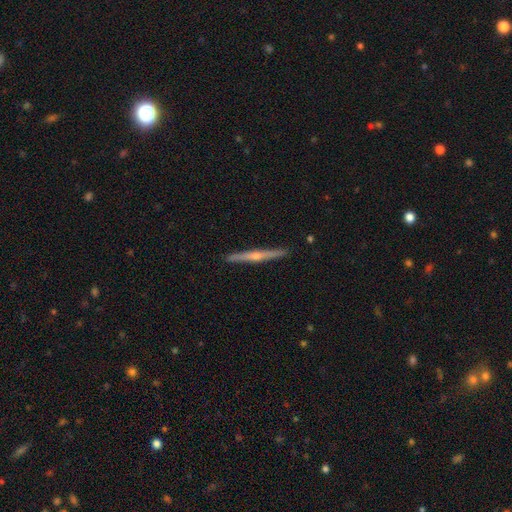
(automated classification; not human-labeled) smooth_or_featured: featured or disk (p=0.73) [alt: smooth p=0.21]
disk_edge_on: yes (p=0.98) [alt: no p=0.02]
edge_on_bulge: rounded (p=0.84) [alt: none p=0.12]
merging: none (p=0.92) [alt: minor disturbance p=0.06]